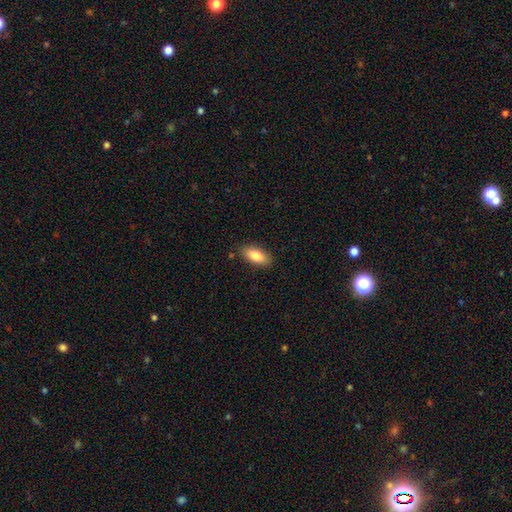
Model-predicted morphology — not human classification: Smooth or featured: smooth — 85% (featured or disk — 9%)
How rounded: in between — 86% (cigar-shaped — 12%)
Merging: none — 86% (minor disturbance — 11%)